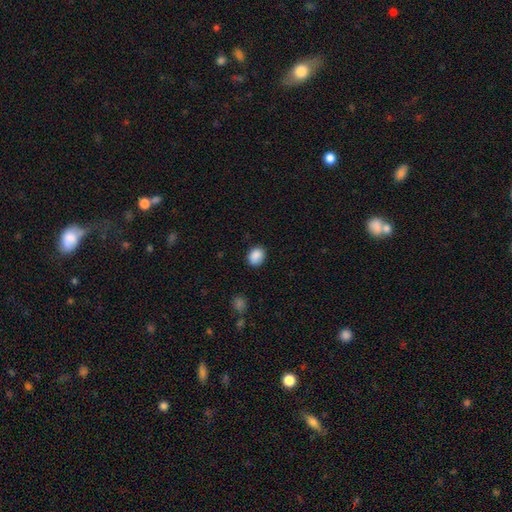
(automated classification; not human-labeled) Smooth or featured? smooth (88%)
How rounded? in between (55%)
Merging? none (83%)